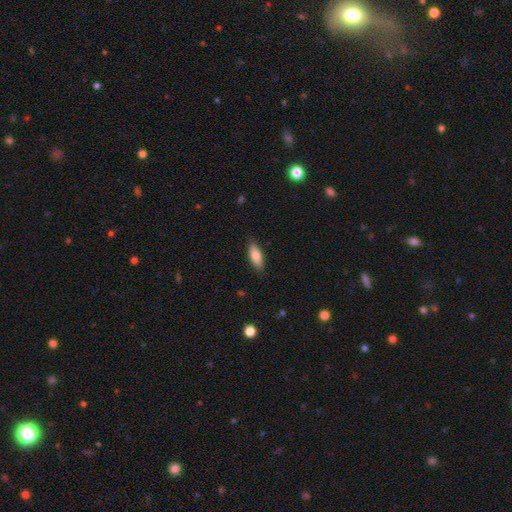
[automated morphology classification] Smooth or featured? smooth (81%)
How rounded? in between (63%)
Merging? none (86%)